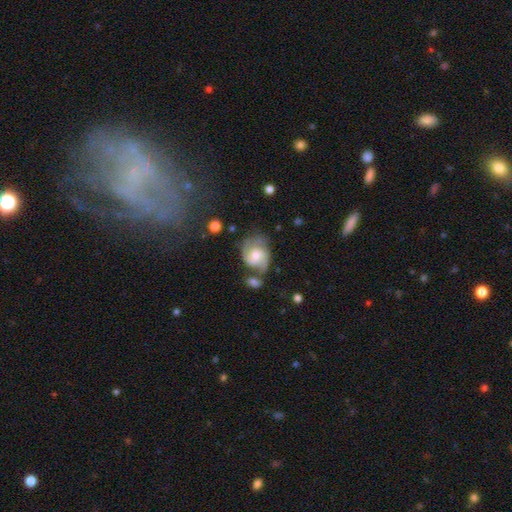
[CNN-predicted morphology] Smooth or featured?
  - featured or disk: 72% *
  - smooth: 21%
  - star or artifact: 7%
Edge-on disk?
  - no: 97% *
  - yes: 3%
Bar?
  - no: 62% *
  - weak: 33%
  - strong: 5%
Spiral arms?
  - yes: 92% *
  - no: 8%
Spiral winding?
  - medium: 48% *
  - tight: 34%
  - loose: 18%
Spiral arm count?
  - 2: 66% *
  - can't tell: 13%
  - 3: 12%
  - 1: 4%
  - 4: 2%
  - more than 4: 2%
Bulge size?
  - moderate: 59% *
  - small: 30%
  - large: 7%
  - none: 3%
  - dominant: 1%
Merging?
  - none: 46% *
  - minor disturbance: 24%
  - merger: 16%
  - major disturbance: 14%